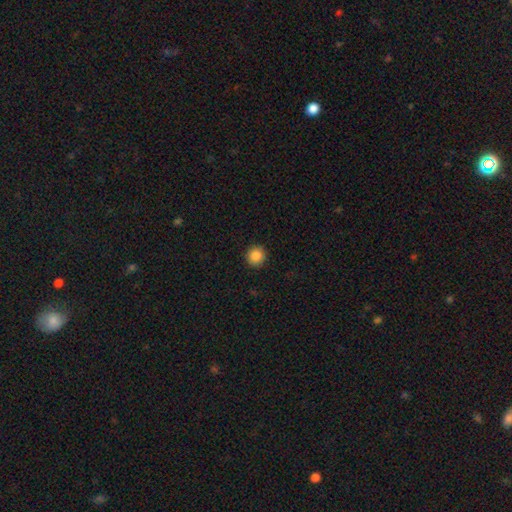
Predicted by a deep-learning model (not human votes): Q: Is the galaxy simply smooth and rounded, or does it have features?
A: smooth — 87%.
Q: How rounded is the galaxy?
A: round — 93%.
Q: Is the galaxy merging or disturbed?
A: none — 92%.